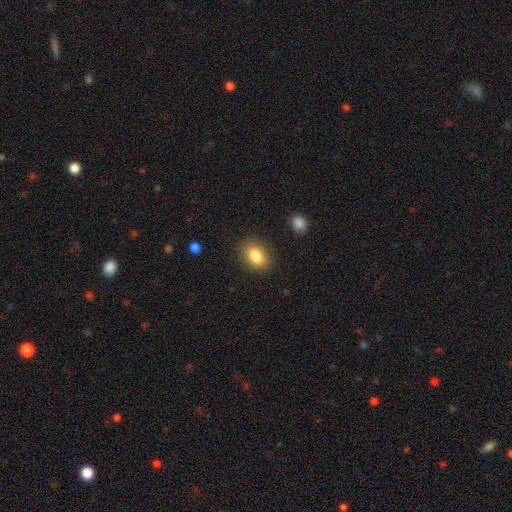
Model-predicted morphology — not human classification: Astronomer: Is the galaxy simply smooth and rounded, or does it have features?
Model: smooth — 86%.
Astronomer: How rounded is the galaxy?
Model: in between — 83%.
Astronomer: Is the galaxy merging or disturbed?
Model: none — 86%.